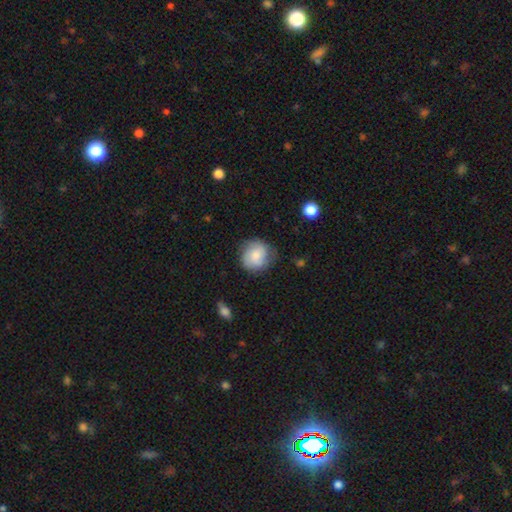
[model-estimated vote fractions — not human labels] Smooth or featured? smooth (72%)
How rounded? round (85%)
Merging? none (70%)